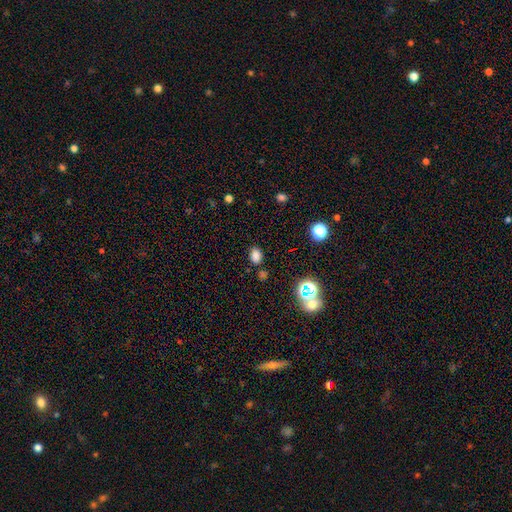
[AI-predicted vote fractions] Smooth or featured? Predicted: smooth (p=0.77). How rounded? Predicted: in between (p=0.70). Merging? Predicted: none (p=0.81).